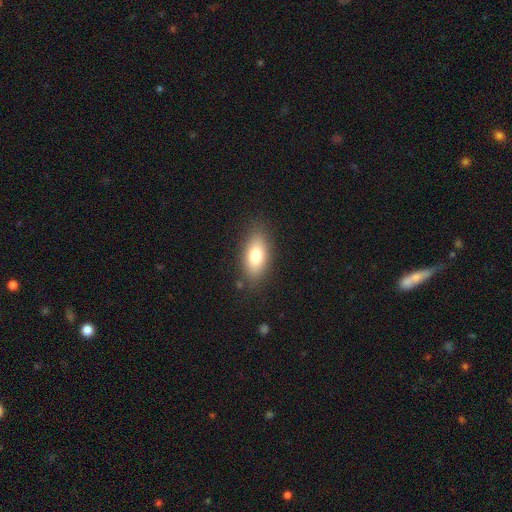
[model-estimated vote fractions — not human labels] smooth-or-featured: smooth: 76% | featured or disk: 16% | star or artifact: 8%
  how-rounded: in between: 86% | cigar-shaped: 8% | round: 5%
  merging: none: 83% | minor disturbance: 12% | major disturbance: 4% | merger: 2%